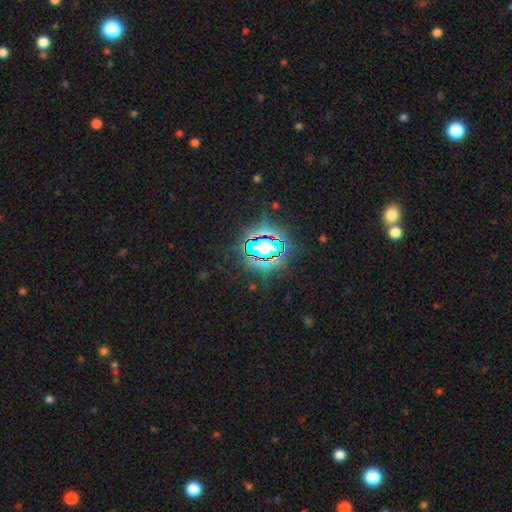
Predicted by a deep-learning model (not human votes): star or artifact 81%, smooth 11%, featured or disk 8%.